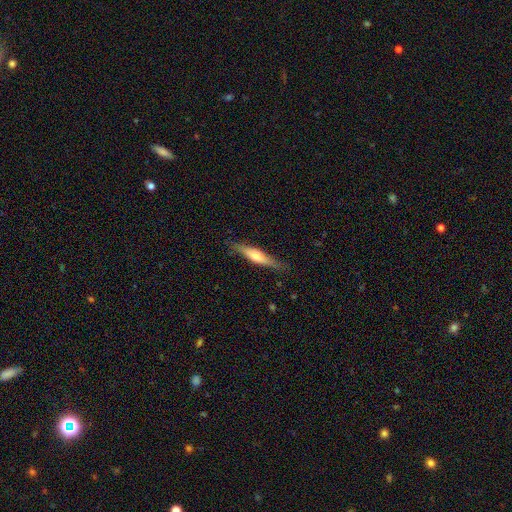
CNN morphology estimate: A featured or disk galaxy (51%) viewed edge-on (92%). Merging: none (83%).